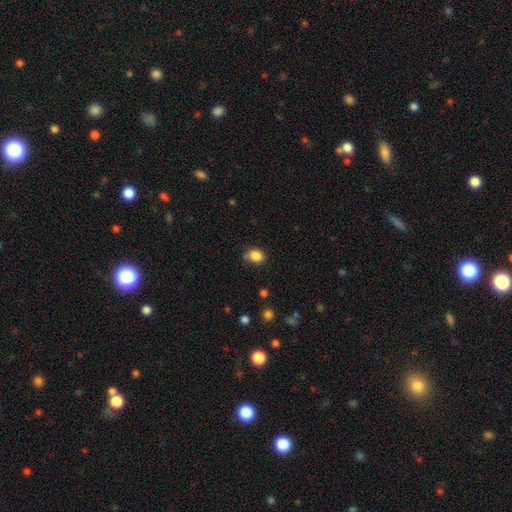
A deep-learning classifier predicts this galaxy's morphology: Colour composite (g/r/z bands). It shows a smooth galaxy with no disk features (85%) that is in between round and cigar-shaped (50%). Merging: none (69%).